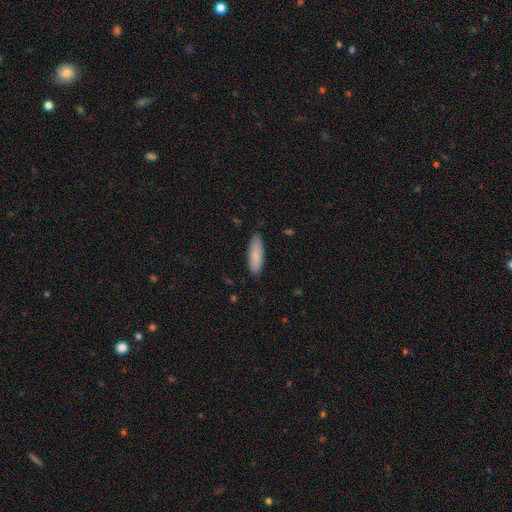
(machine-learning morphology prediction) smooth 82%, featured or disk 12%, star or artifact 6%. Down the decision tree: how rounded — in between (50%); merging — none (85%).